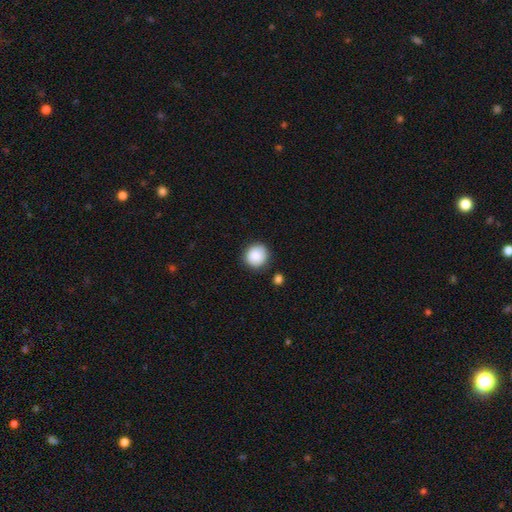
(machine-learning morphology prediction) Smooth or featured: smooth — 88% (star or artifact — 8%)
How rounded: round — 90% (in between — 9%)
Merging: none — 84% (minor disturbance — 10%)